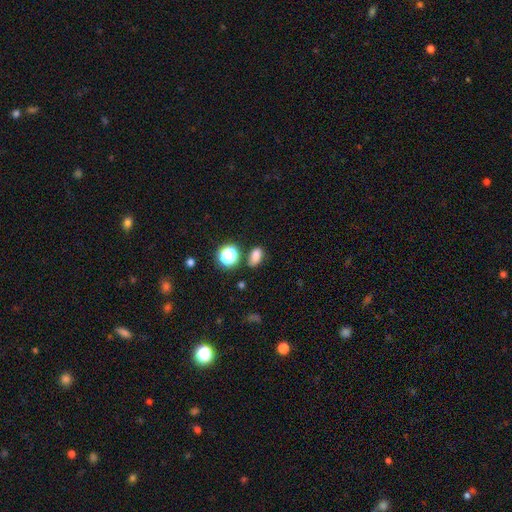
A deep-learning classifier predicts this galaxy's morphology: smooth 78%, star or artifact 17%, featured or disk 5%. Down the decision tree: how rounded — in between (78%); merging — none (74%).